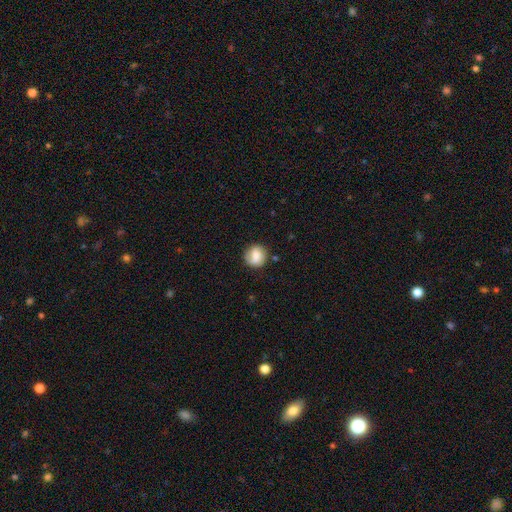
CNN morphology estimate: smooth 76%, featured or disk 16%, star or artifact 8%. Down the decision tree: how rounded — round (82%); merging — none (75%).